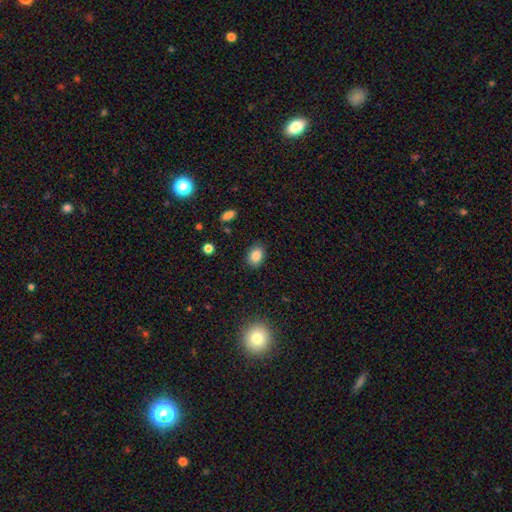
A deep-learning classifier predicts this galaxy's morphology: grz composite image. It shows a smooth galaxy with no disk features (86%) that is in between round and cigar-shaped (71%). Merging: none (86%).